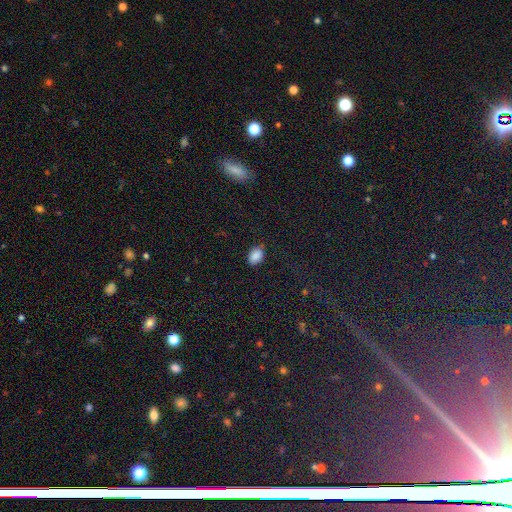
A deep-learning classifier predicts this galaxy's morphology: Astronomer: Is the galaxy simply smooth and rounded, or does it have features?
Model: smooth — 87%.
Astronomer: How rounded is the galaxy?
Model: in between — 84%.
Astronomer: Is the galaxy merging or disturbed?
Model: none — 81%.